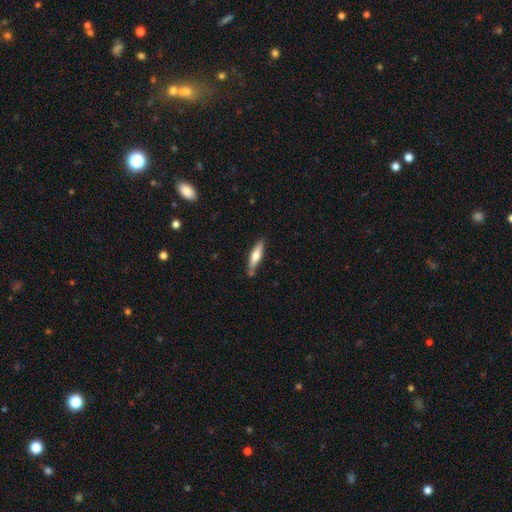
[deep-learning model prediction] Overall: smooth (58%; featured or disk 37%). How rounded: cigar-shaped (77%). Merging: none (75%).